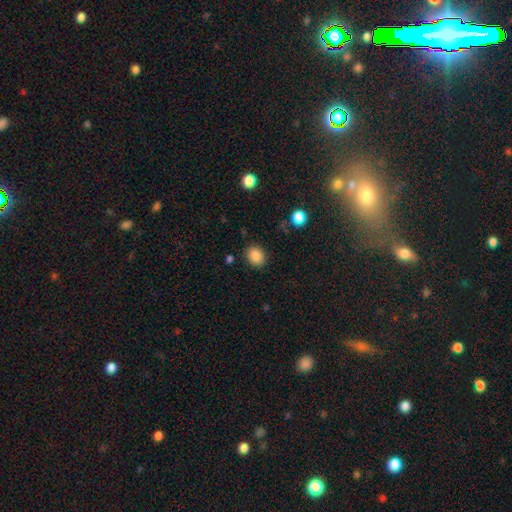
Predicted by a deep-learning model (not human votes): Morphology: type=smooth (86%); roundness=round (50%); merging=none (86%).